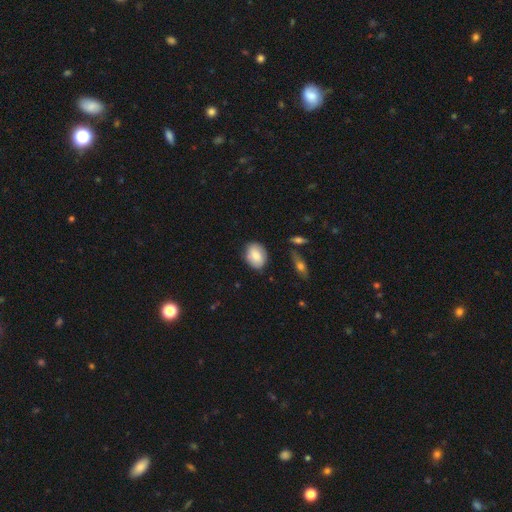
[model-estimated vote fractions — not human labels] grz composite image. It shows a smooth galaxy with no disk features (82%) that is in between round and cigar-shaped (73%). Merging: none (79%).